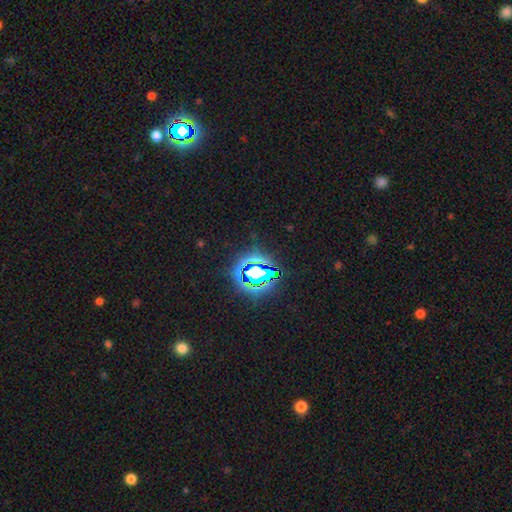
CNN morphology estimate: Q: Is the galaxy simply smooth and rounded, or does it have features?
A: star or artifact — 74%.